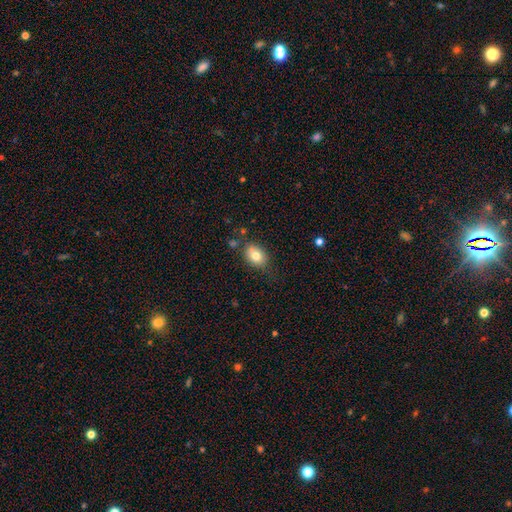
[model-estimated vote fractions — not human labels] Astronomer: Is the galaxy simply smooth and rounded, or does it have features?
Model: smooth — 79%.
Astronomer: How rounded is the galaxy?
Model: in between — 73%.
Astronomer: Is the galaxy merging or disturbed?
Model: none — 72%.